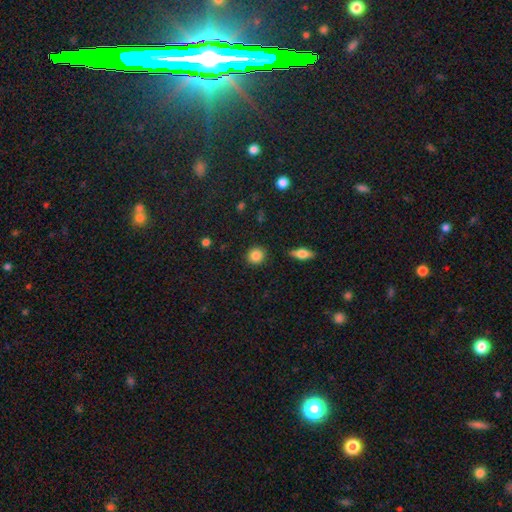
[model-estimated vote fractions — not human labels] The model was most divided on "how rounded": round: 86%, in between: 12%, cigar-shaped: 1%. More confident: merging — none (89%); smooth or featured — smooth (85%).